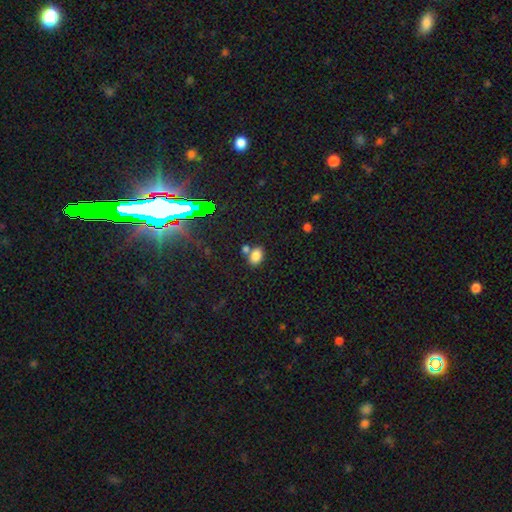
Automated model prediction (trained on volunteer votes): Q: Smooth or featured?
A: smooth (81%); runner-up: star or artifact (13%)
Q: How rounded?
A: in between (77%); runner-up: round (22%)
Q: Merging?
A: none (62%); runner-up: merger (23%)